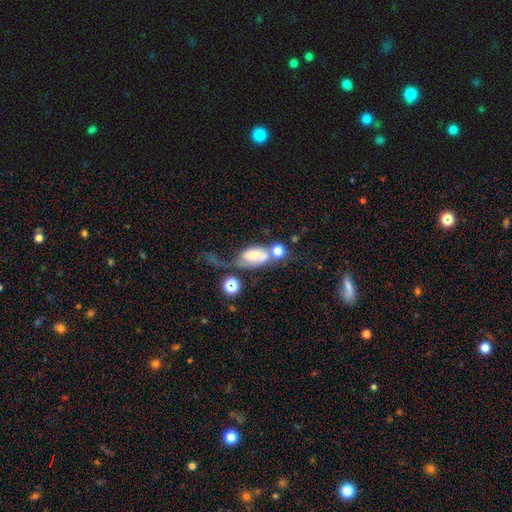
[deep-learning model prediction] Morphology: type=smooth (54%); roundness=in between (85%); merging=merger (34%).